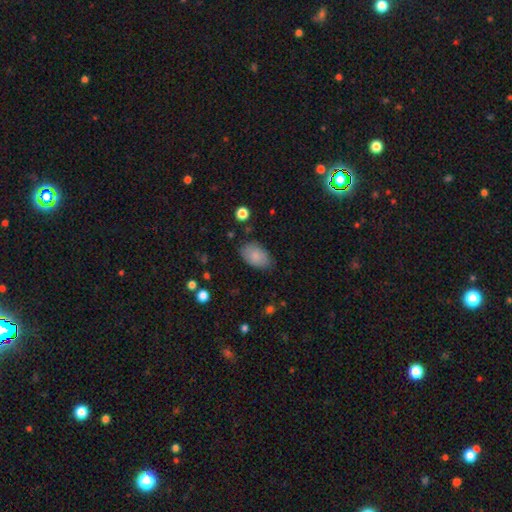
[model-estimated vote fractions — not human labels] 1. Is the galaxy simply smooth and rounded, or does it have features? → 83% smooth, 10% featured or disk, 7% star or artifact.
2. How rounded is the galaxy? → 92% in between, 7% round, 1% cigar-shaped.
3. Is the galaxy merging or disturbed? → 77% none, 17% minor disturbance, 4% major disturbance, 2% merger.